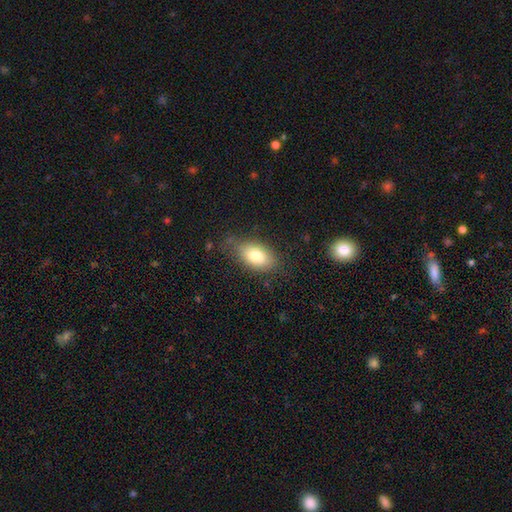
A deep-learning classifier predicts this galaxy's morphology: smooth-or-featured: smooth: 78% | featured or disk: 13% | star or artifact: 9%
  how-rounded: in between: 89% | round: 8% | cigar-shaped: 3%
  merging: none: 74% | minor disturbance: 19% | major disturbance: 5% | merger: 2%